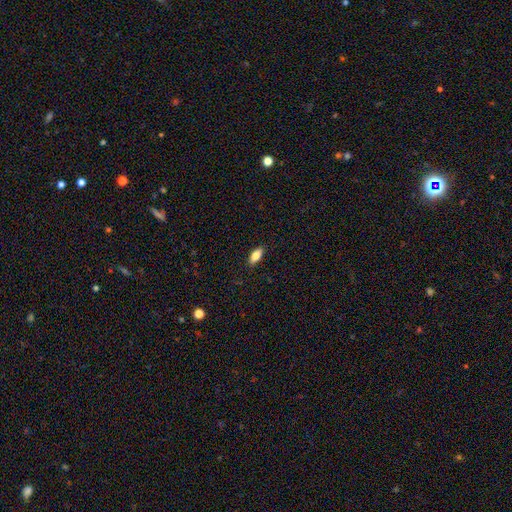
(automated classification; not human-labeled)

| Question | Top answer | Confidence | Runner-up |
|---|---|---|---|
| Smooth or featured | smooth | 80% | featured or disk (12%) |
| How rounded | in between | 84% | cigar-shaped (13%) |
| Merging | none | 89% | minor disturbance (8%) |